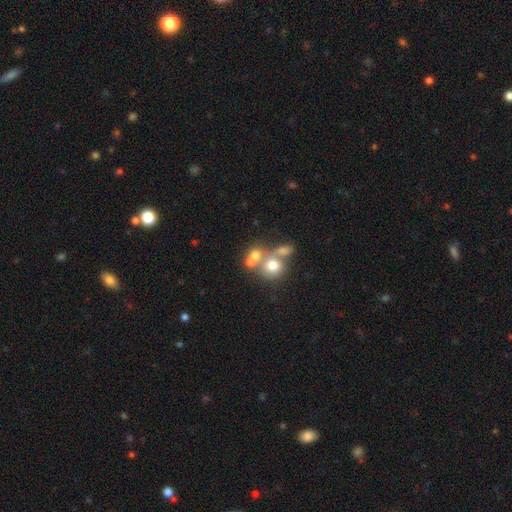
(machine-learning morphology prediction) smooth 48%, star or artifact 29%, featured or disk 23%. Down the decision tree: merging — merger (49%).